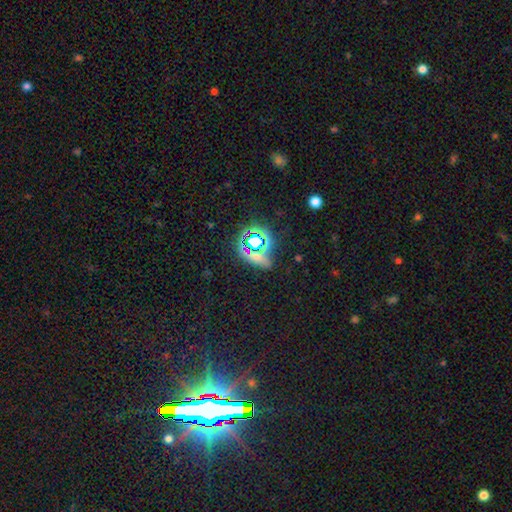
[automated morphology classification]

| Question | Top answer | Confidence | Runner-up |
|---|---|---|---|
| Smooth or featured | star or artifact | 59% | smooth (30%) |